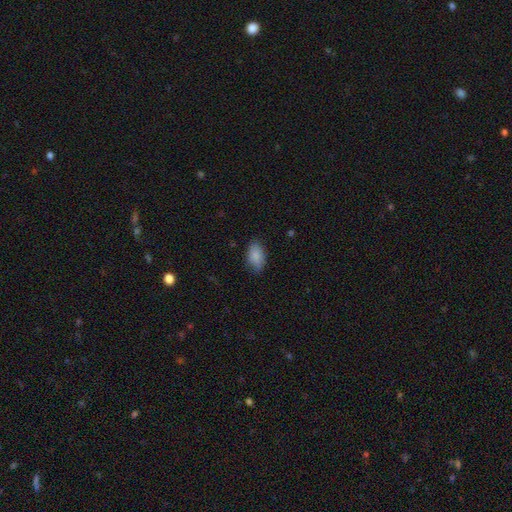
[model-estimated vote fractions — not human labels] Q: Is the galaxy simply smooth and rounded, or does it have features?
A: smooth — 87%.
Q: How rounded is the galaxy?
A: in between — 92%.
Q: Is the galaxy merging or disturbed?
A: none — 79%.